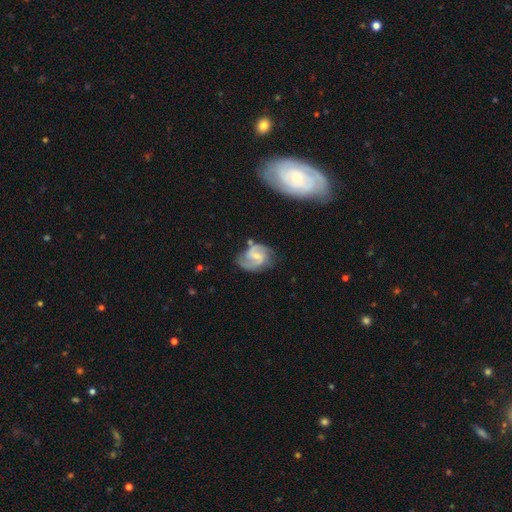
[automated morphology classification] Smooth or featured: featured or disk — 83% (smooth — 11%)
Edge-on disk: no — 98% (yes — 2%)
Bar: weak — 56% (no — 27%)
Spiral arms: yes — 95% (no — 5%)
Spiral winding: medium — 54% (loose — 25%)
Spiral arm count: 2 — 88% (can't tell — 5%)
Bulge size: small — 58% (moderate — 32%)
Merging: none — 64% (minor disturbance — 22%)